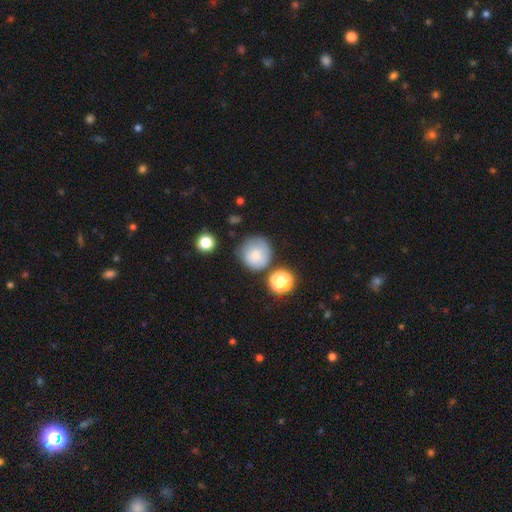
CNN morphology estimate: This appears to be a smooth galaxy with no disk features (76%) that is round (92%). Merging: none (65%).